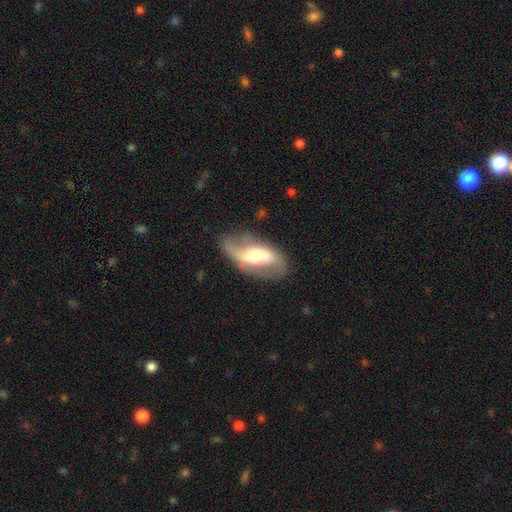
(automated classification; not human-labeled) Overall: featured or disk (78%). Edge-on disk: no (93%). Bar: weak (37%; strong 32%). Spiral arms: yes (91%). Spiral arm count: 2 (89%). Spiral winding: loose (62%; medium 29%). Bulge size: moderate (42%; large 27%). Merging: none (72%).